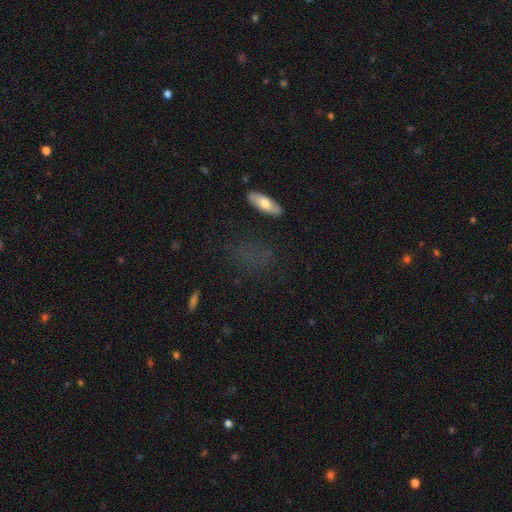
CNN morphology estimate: Smooth or featured?
  - smooth: 53% *
  - star or artifact: 24%
  - featured or disk: 22%
How rounded?
  - in between: 63% *
  - cigar-shaped: 24%
  - round: 13%
Merging?
  - none: 61% *
  - minor disturbance: 19%
  - major disturbance: 16%
  - merger: 4%